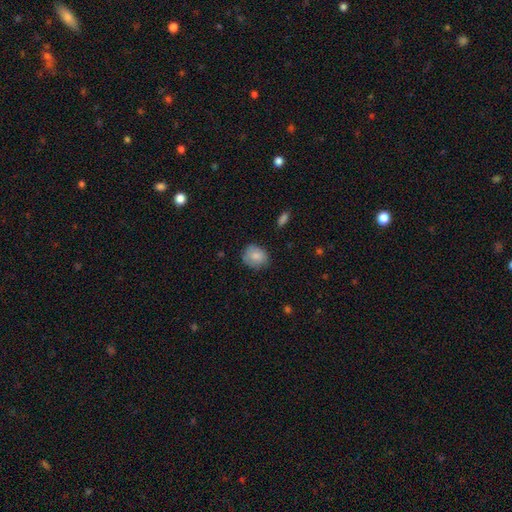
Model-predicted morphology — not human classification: Overall: smooth (82%). How rounded: round (70%). Merging: none (75%).